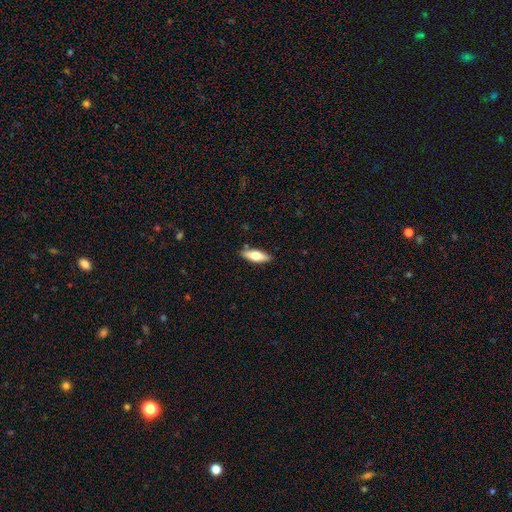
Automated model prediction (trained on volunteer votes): This appears to be a smooth galaxy with no disk features (69%) that is in between round and cigar-shaped (63%). Merging: none (87%).